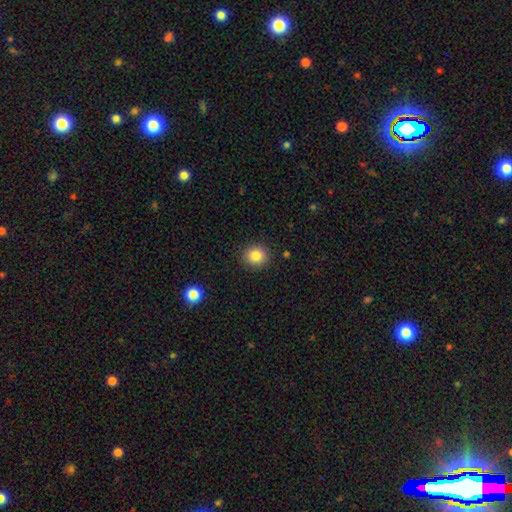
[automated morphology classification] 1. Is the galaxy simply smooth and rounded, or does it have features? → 84% smooth, 10% star or artifact, 6% featured or disk.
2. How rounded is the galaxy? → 85% round, 14% in between, 1% cigar-shaped.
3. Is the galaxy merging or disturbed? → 90% none, 7% minor disturbance, 2% major disturbance, 1% merger.